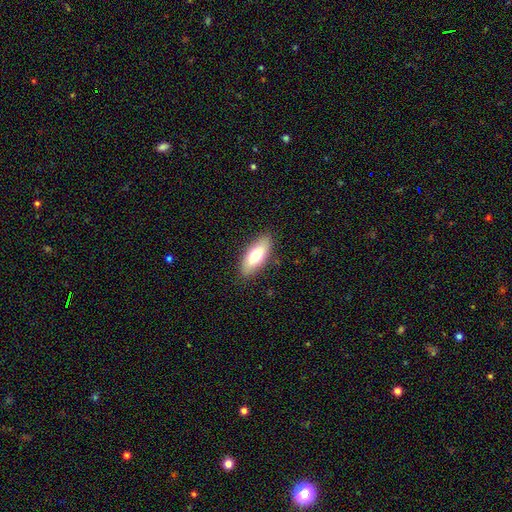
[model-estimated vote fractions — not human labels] Morphology: type=smooth (74%); roundness=in between (76%); merging=none (87%).